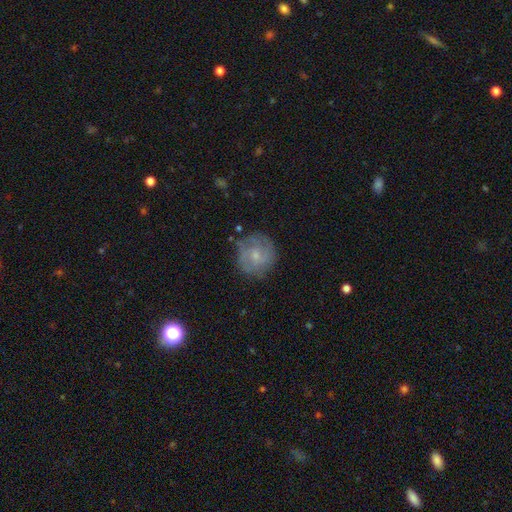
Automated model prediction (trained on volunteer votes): Overall: featured or disk (49%; smooth 43%). Merging: none (71%).